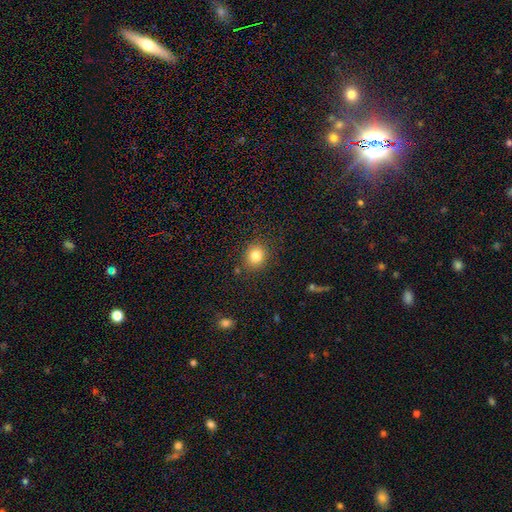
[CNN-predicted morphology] Smooth or featured? Predicted: smooth (p=0.82). How rounded? Predicted: round (p=0.78). Merging? Predicted: none (p=0.85).